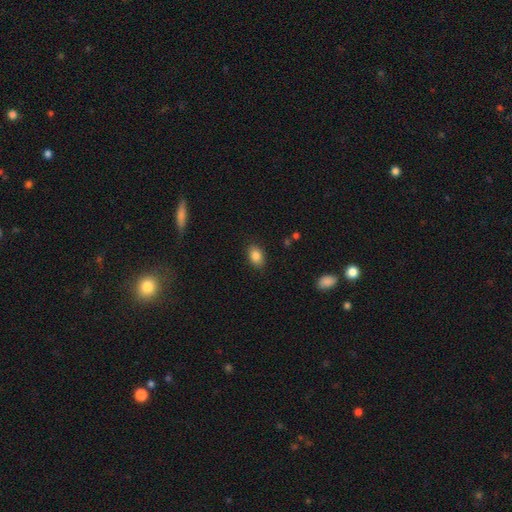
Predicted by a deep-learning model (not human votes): The model was most divided on "how rounded": in between: 80%, round: 18%, cigar-shaped: 1%. More confident: smooth or featured — smooth (86%); merging — none (86%).